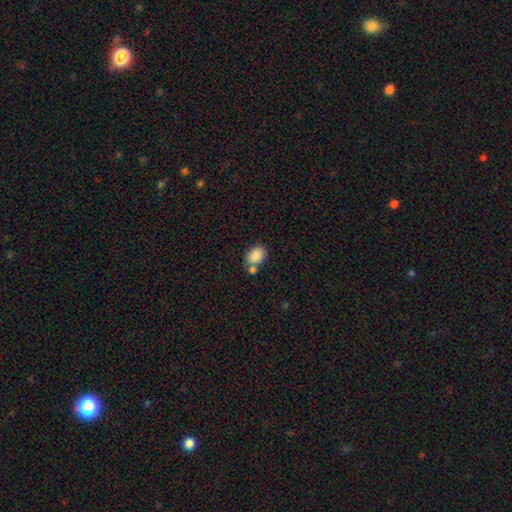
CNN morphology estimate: The model was most divided on "merging": none: 53%, merger: 28%, minor disturbance: 15%, major disturbance: 5%. More confident: smooth or featured — smooth (86%); how rounded — in between (66%).